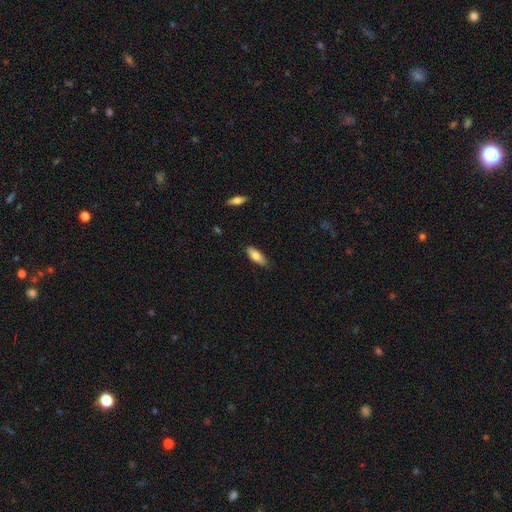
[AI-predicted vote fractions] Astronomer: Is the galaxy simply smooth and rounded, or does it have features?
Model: smooth — 76%.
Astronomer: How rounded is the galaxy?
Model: in between — 73%.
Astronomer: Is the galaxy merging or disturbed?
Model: none — 80%.